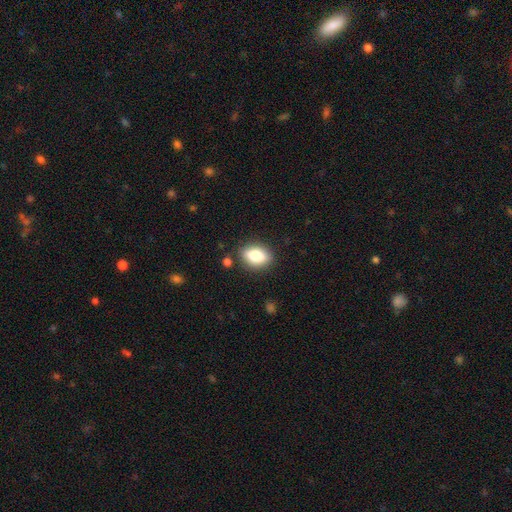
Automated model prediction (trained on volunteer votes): Overall: smooth (78%). How rounded: in between (77%). Merging: none (84%).